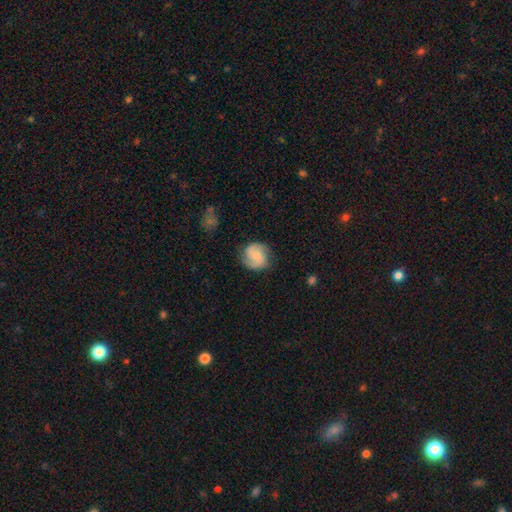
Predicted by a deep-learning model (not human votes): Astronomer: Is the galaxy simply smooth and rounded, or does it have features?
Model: featured or disk — 55% (runner-up: smooth, 38%).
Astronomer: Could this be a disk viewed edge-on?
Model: no — 98%.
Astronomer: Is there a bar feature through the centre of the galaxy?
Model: no — 59%.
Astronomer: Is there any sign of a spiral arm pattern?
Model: yes — 93%.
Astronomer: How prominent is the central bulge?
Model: small — 49% (runner-up: moderate, 26%).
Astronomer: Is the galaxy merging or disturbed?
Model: none — 80%.